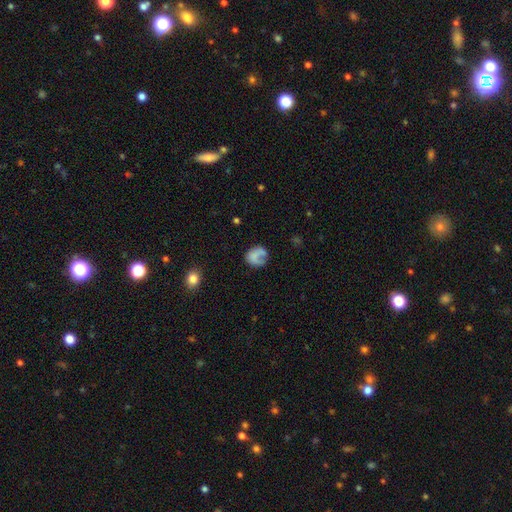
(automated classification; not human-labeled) This appears to be a smooth galaxy with no disk features (64%) that is round (65%). Merging: none (46%).